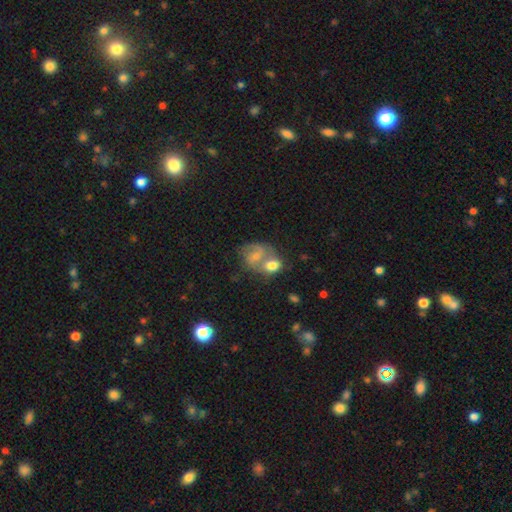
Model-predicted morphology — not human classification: Overall: featured or disk (54%; smooth 37%). Edge-on disk: no (97%). Bar: no (55%; weak 37%). Spiral arms: yes (78%). Bulge size: small (46%; moderate 38%). Merging: merger (57%; none 24%).